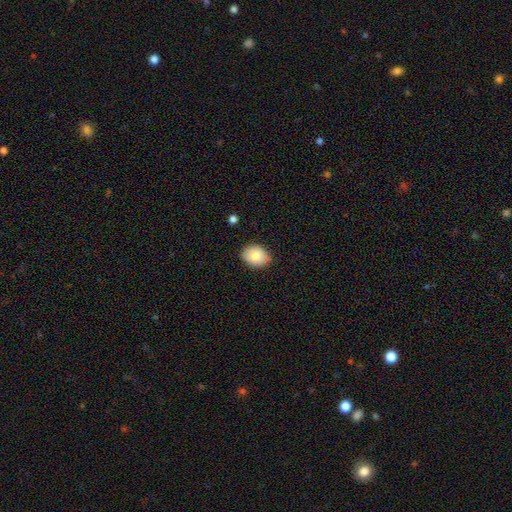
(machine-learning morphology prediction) smooth-or-featured: smooth: 82% | featured or disk: 10% | star or artifact: 7%
  how-rounded: in between: 66% | round: 33% | cigar-shaped: 1%
  merging: none: 83% | minor disturbance: 14% | major disturbance: 2% | merger: 1%